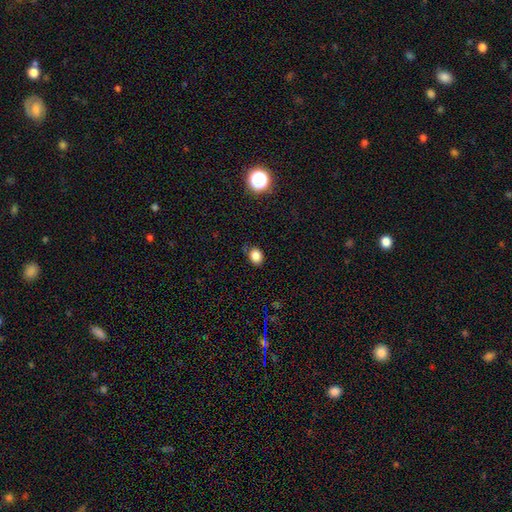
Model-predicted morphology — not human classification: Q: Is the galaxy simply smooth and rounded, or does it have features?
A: smooth — 82%.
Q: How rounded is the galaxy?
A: in between — 54%.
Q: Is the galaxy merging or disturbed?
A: none — 76%.